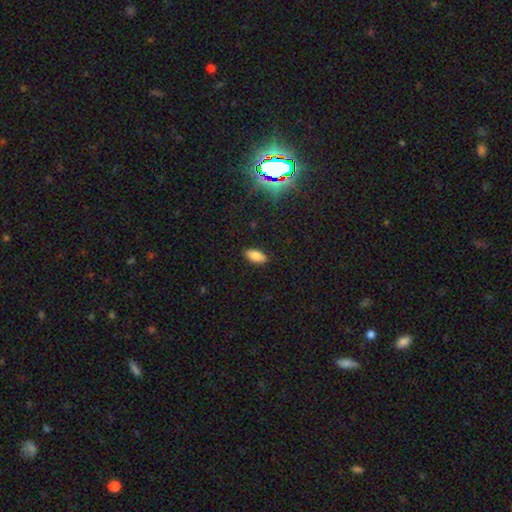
Overall: smooth (89%). How rounded: in between (85%). Merging: none (89%).